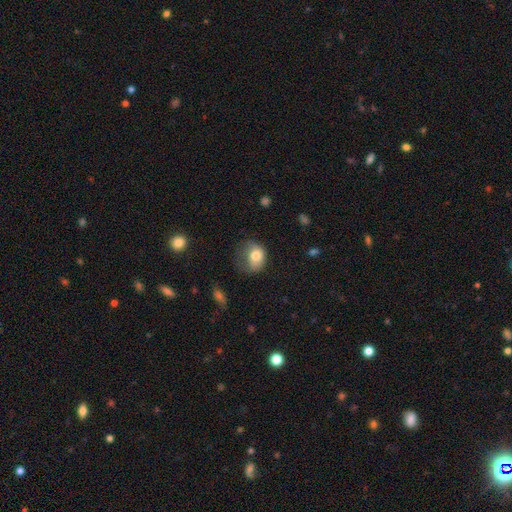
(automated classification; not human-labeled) A smooth galaxy with no disk features (74%) that is in between round and cigar-shaped (52%). Merging: minor disturbance (34%).